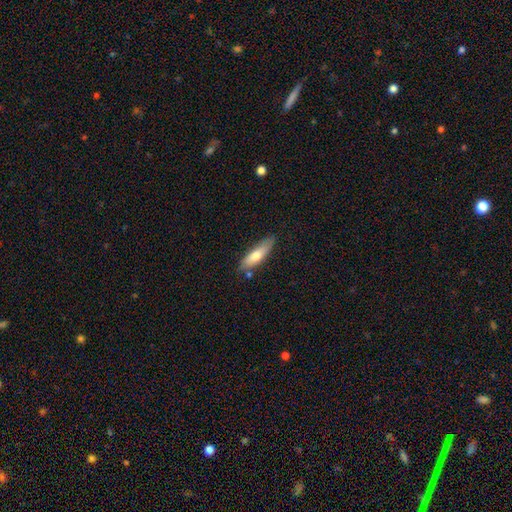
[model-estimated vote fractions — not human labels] This appears to be a smooth galaxy with no disk features (68%) that is cigar-shaped (57%). Merging: none (75%).